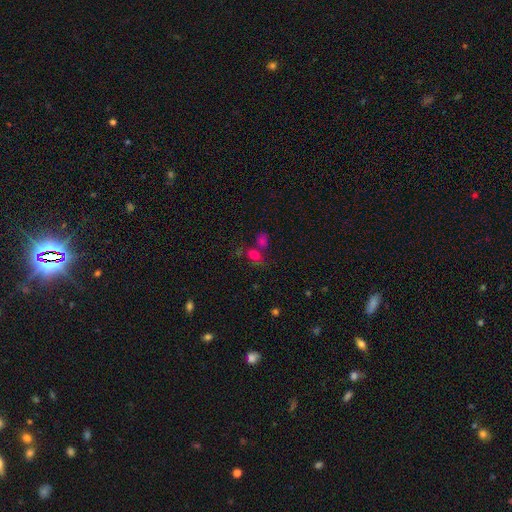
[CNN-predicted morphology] This is likely a smooth galaxy (66%). How rounded: possibly in between (59%). Merging: possibly none (47%).